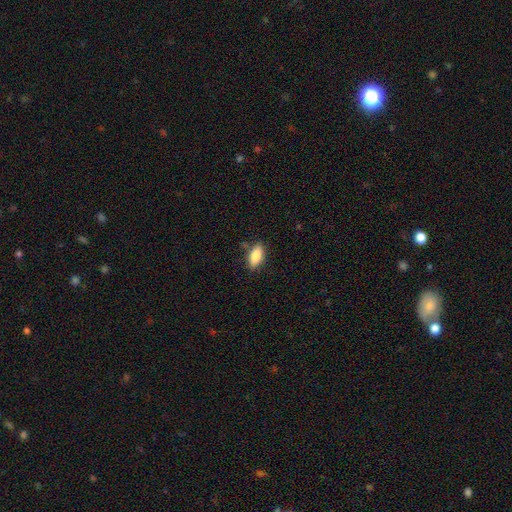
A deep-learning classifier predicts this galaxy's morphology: This is clearly a smooth galaxy (82%). How rounded: clearly in between (84%). Merging: clearly none (80%).